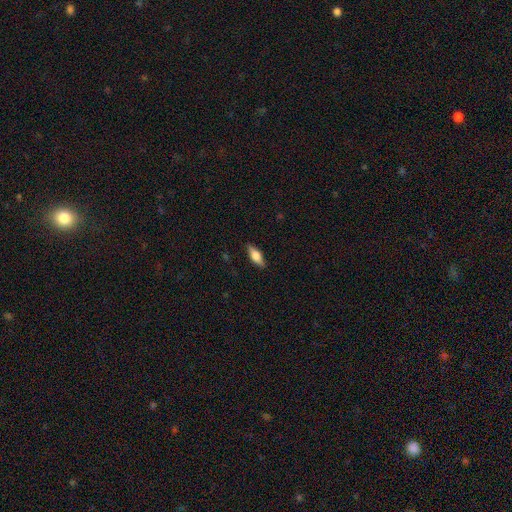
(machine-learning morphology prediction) This appears to be a smooth galaxy with no disk features (66%) that is in between round and cigar-shaped (66%). Merging: none (85%).